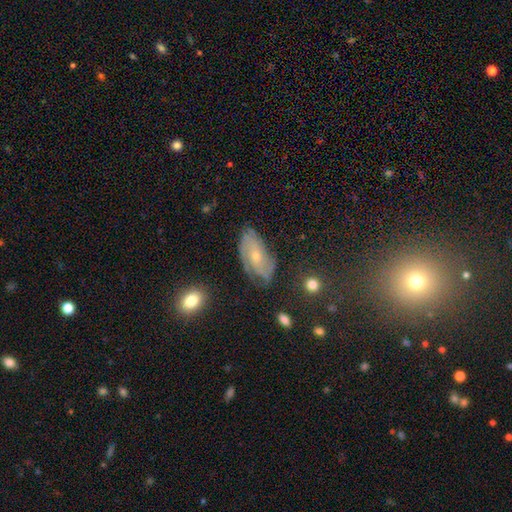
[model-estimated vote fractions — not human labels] This appears to be a featured or disk galaxy (70%) with no bar (67%), can't tell (34%, tied with 2) tight (53%) spiral arms (90%) and a small central bulge (64%). Merging: none (68%).